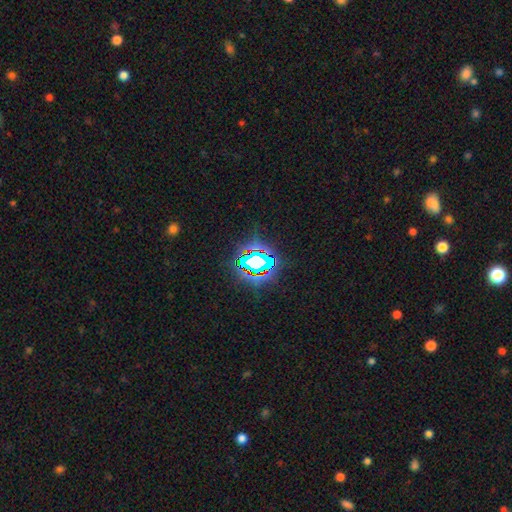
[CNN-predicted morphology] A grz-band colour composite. It shows a star or artifact, not a galaxy (81%).